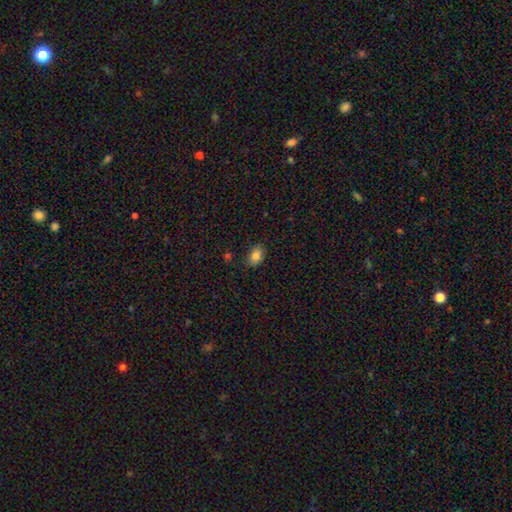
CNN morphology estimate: Smooth or featured? Predicted: smooth (p=0.84). How rounded? Predicted: in between (p=0.81). Merging? Predicted: none (p=0.83).